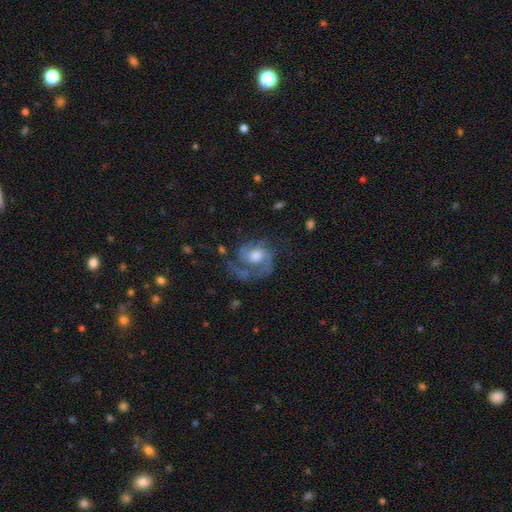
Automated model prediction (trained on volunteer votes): featured or disk 80%, smooth 14%, star or artifact 7%. Down the decision tree: edge-on disk — no (98%); bar — no (68%); spiral arms — yes (93%); spiral arm count — 2 (48%); spiral winding — medium (46%); bulge size — moderate (52%); merging — none (52%).